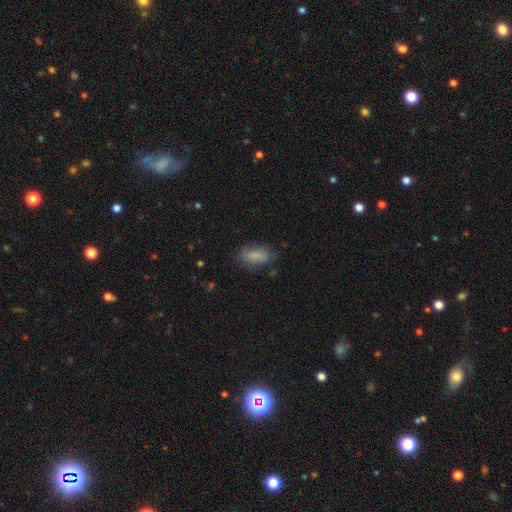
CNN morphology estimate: This is clearly a smooth galaxy (81%). How rounded: clearly in between (89%). Merging: likely none (70%).